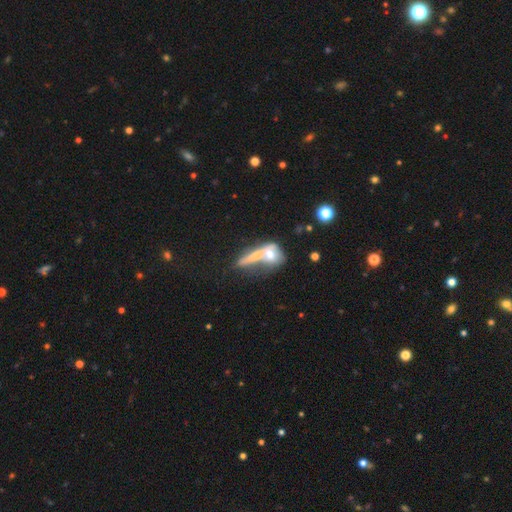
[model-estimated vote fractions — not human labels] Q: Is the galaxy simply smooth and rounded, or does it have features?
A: smooth — 56%.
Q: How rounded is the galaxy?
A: in between — 40%.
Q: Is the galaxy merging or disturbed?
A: merger — 60%.